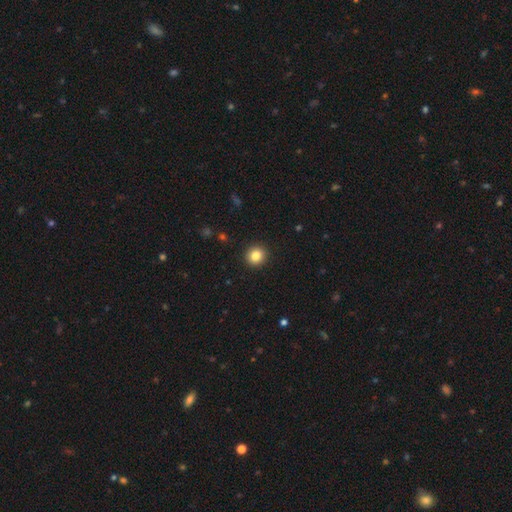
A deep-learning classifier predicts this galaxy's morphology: Smooth or featured: smooth — 84% (star or artifact — 10%)
How rounded: round — 91% (in between — 9%)
Merging: none — 93% (minor disturbance — 5%)